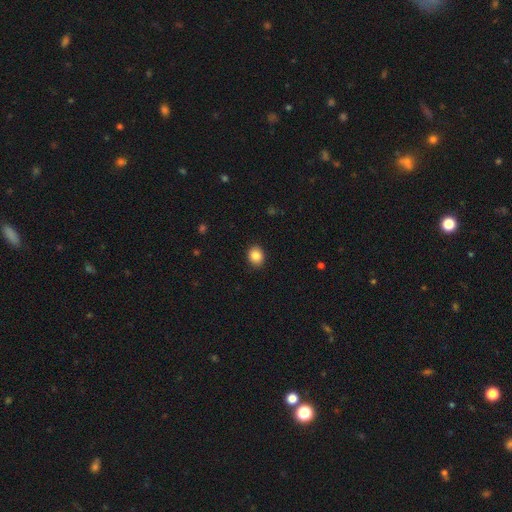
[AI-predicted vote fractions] smooth 86%, star or artifact 9%, featured or disk 5%. Down the decision tree: how rounded — round (62%); merging — none (91%).